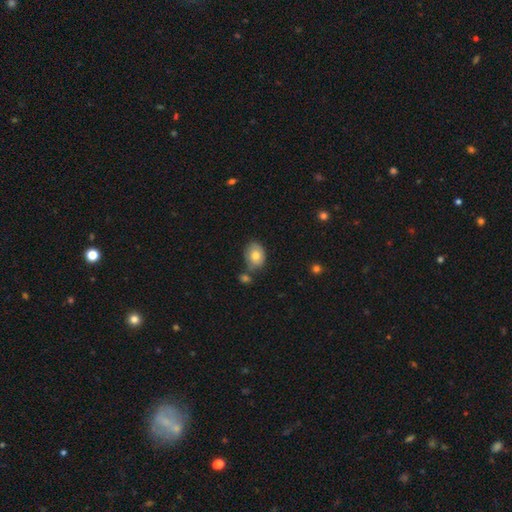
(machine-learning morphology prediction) A smooth galaxy with no disk features (78%) that is in between round and cigar-shaped (67%). Merging: none (64%).